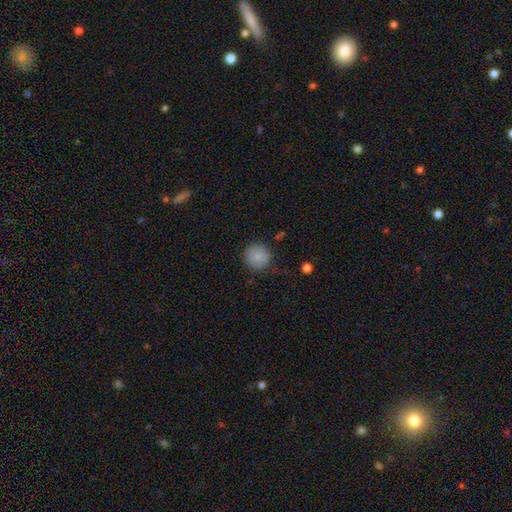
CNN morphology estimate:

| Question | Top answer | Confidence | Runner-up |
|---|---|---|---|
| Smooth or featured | smooth | 87% | star or artifact (8%) |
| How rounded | round | 93% | in between (6%) |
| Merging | none | 85% | minor disturbance (11%) |